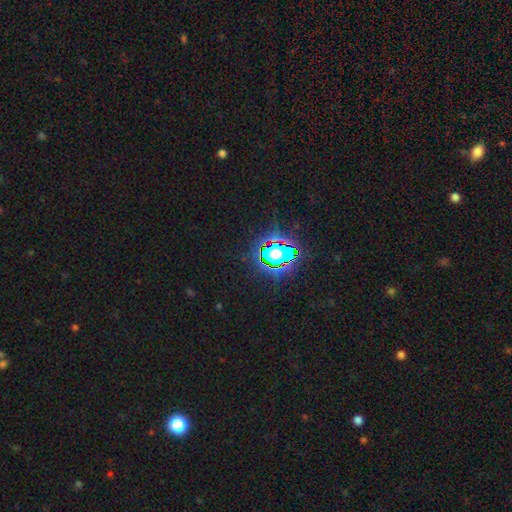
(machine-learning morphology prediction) This is clearly a star or artifact rather than a galaxy (82%).